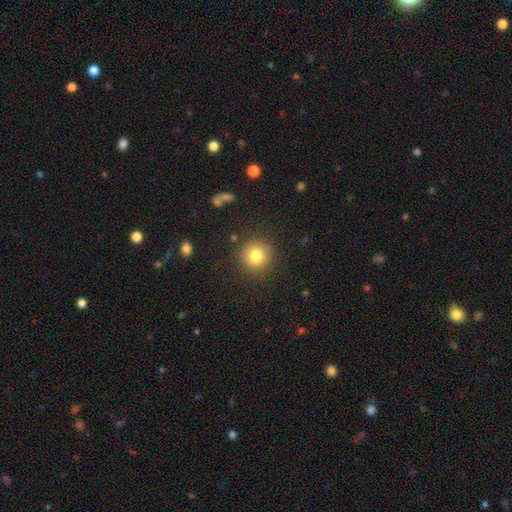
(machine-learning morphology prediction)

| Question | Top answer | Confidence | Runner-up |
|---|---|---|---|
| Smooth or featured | smooth | 80% | star or artifact (12%) |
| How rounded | round | 93% | in between (6%) |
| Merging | none | 87% | minor disturbance (8%) |